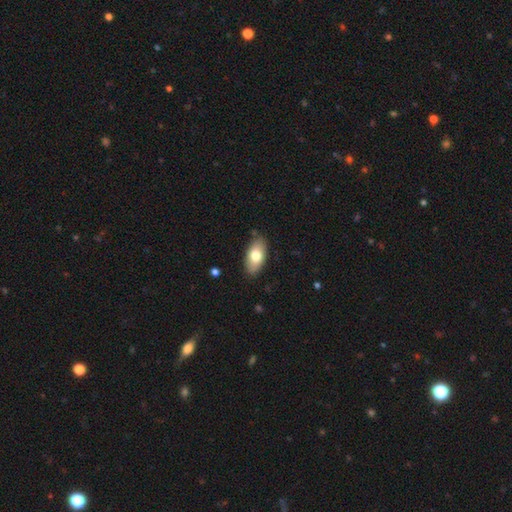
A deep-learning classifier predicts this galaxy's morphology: type=smooth (76%); roundness=in between (92%); merging=none (85%).